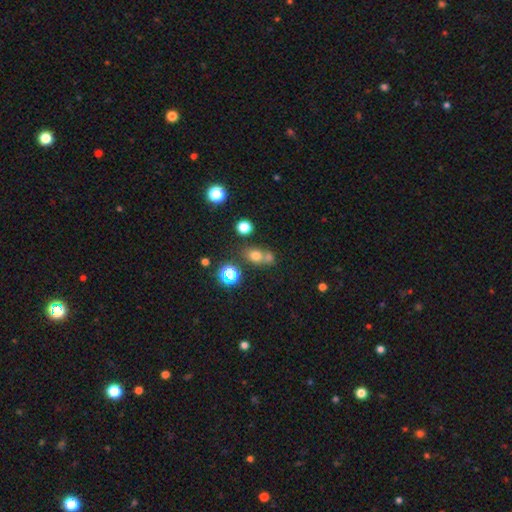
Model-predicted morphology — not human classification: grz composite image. It shows a smooth galaxy with no disk features (68%) that is round (59%). Merging: none (50%).